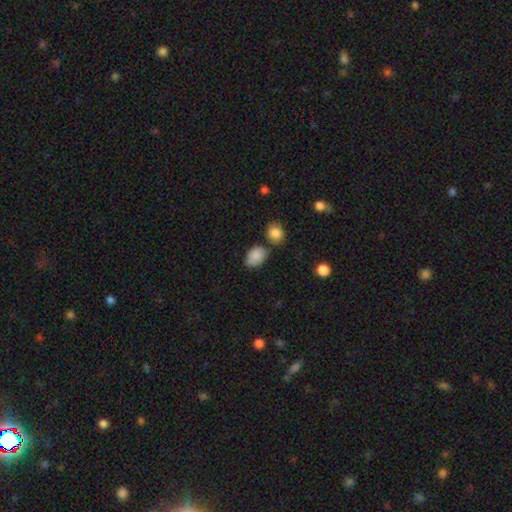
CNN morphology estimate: This is clearly a smooth galaxy (87%). How rounded: clearly in between (84%). Merging: likely none (66%).